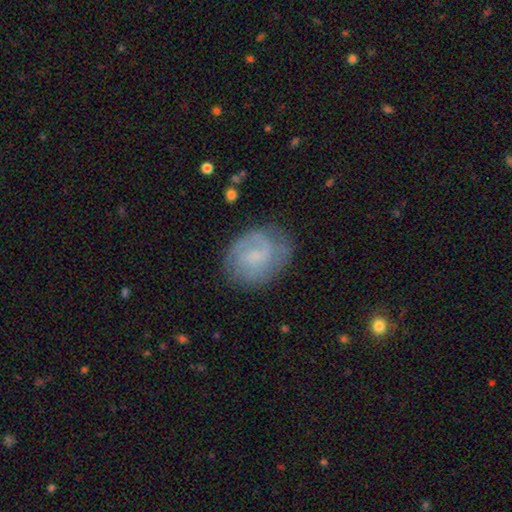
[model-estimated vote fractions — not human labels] Q: Smooth or featured?
A: featured or disk (63%); runner-up: smooth (29%)
Q: Edge-on disk?
A: no (98%); runner-up: yes (2%)
Q: Bar?
A: no (47%); runner-up: weak (45%)
Q: Spiral arms?
A: yes (86%); runner-up: no (14%)
Q: Spiral winding?
A: tight (46%); runner-up: medium (38%)
Q: Spiral arm count?
A: 2 (46%); runner-up: 1 (23%)
Q: Bulge size?
A: small (46%); runner-up: none (35%)
Q: Merging?
A: none (67%); runner-up: minor disturbance (22%)